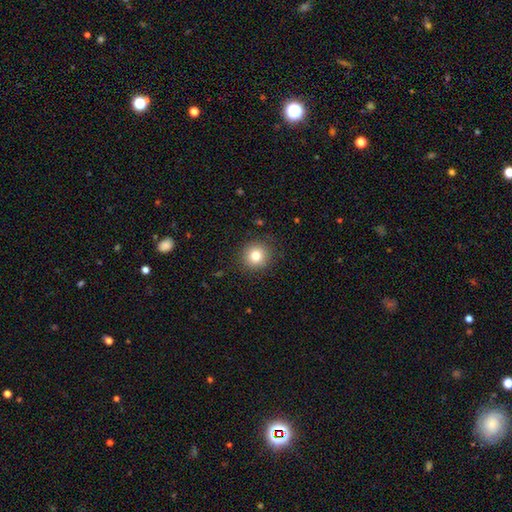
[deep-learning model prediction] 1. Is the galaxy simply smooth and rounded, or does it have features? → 80% smooth, 12% star or artifact, 9% featured or disk.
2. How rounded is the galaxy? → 92% round, 7% in between, 1% cigar-shaped.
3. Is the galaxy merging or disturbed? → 90% none, 7% minor disturbance, 2% major disturbance, 1% merger.